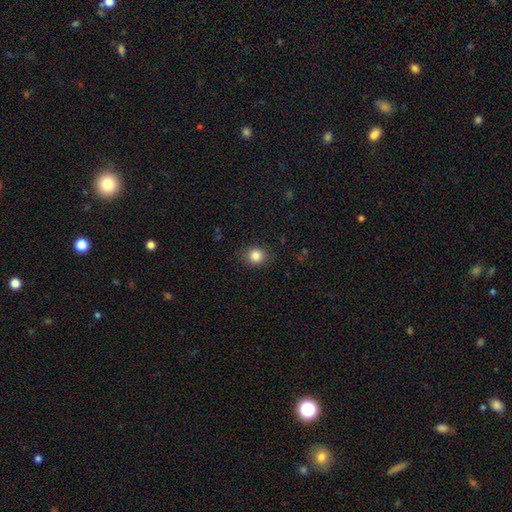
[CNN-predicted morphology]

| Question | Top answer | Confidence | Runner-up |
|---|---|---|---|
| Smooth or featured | smooth | 84% | star or artifact (10%) |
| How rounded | round | 80% | in between (19%) |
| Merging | none | 85% | minor disturbance (11%) |